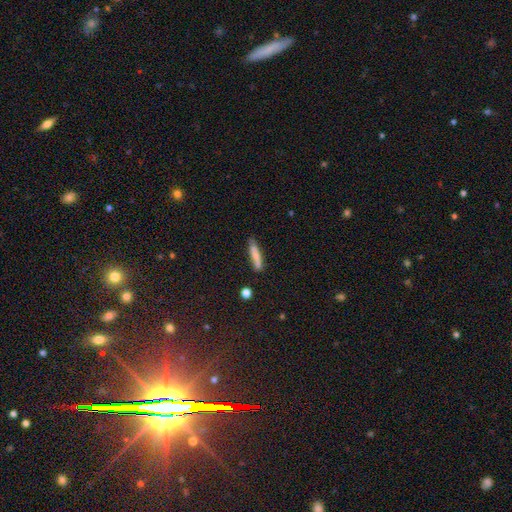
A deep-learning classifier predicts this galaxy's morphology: This is likely a smooth galaxy (73%). How rounded: clearly cigar-shaped (87%). Merging: likely none (73%).